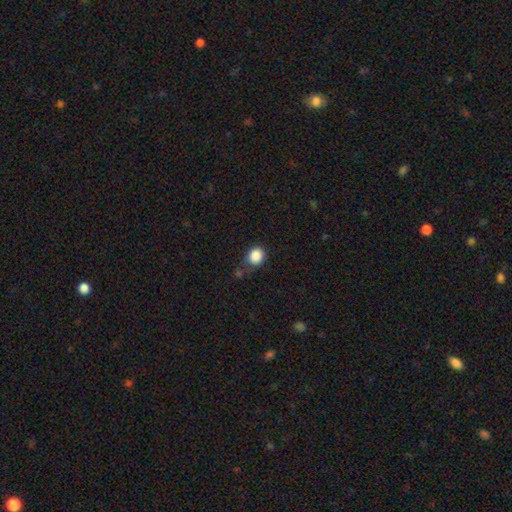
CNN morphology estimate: type=smooth (87%); roundness=round (75%); merging=none (68%).